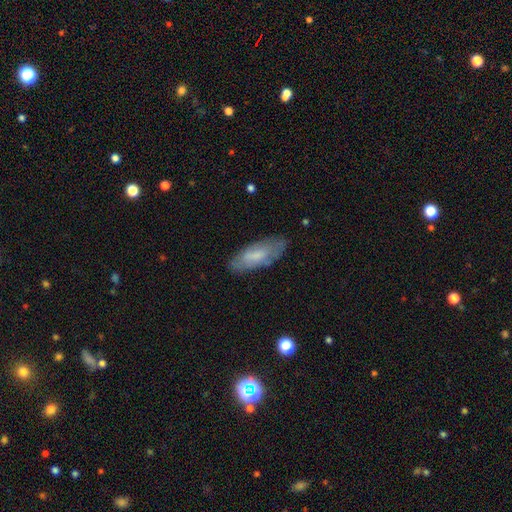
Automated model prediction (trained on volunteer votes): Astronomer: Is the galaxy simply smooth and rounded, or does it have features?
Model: smooth — 65%.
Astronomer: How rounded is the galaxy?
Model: in between — 70%.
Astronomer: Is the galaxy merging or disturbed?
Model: none — 77%.